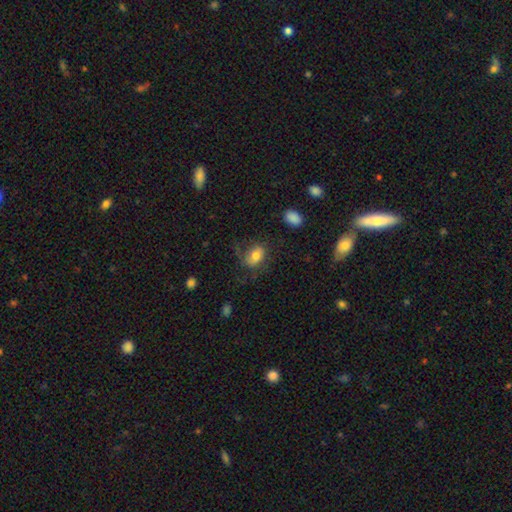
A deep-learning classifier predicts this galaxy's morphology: A smooth galaxy with no disk features (68%) that is in between round and cigar-shaped (72%). Merging: none (55%).